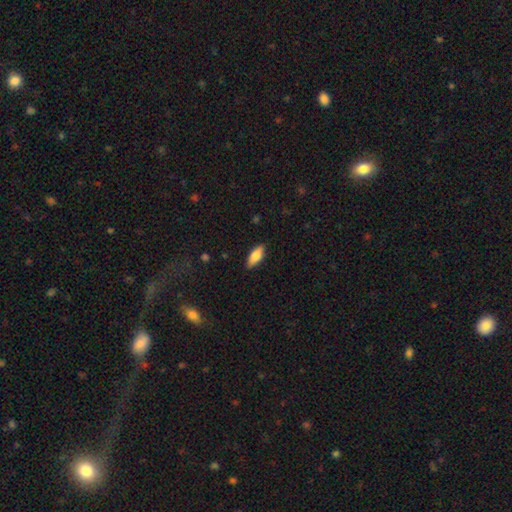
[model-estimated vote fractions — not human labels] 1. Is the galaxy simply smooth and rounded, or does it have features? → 75% smooth, 19% featured or disk, 6% star or artifact.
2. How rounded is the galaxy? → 77% in between, 21% cigar-shaped, 2% round.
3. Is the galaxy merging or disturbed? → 87% none, 10% minor disturbance, 2% major disturbance, 1% merger.